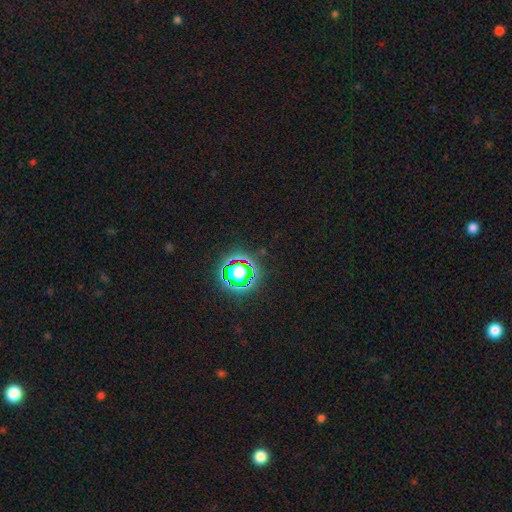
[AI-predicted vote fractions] This is likely a star or artifact rather than a galaxy (79%).